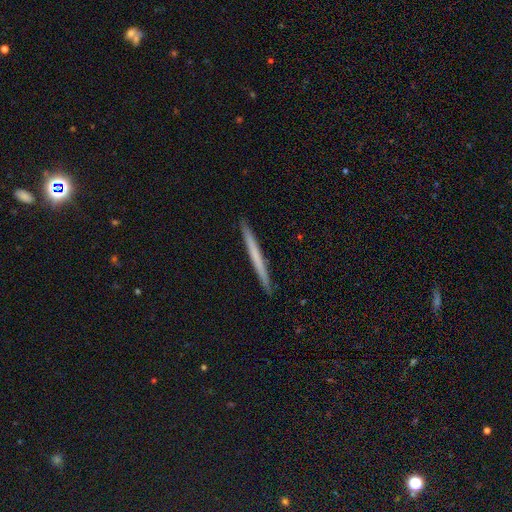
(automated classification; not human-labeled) smooth_or_featured: smooth (p=0.56) [alt: featured or disk p=0.39]
how_rounded: cigar-shaped (p=0.97) [alt: in between p=0.01]
merging: none (p=0.93) [alt: minor disturbance p=0.05]